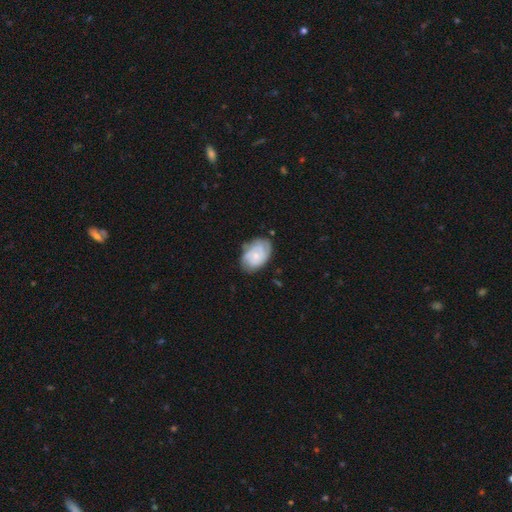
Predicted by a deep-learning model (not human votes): Smooth or featured? Predicted: featured or disk (p=0.68). Edge-on disk? Predicted: no (p=0.97). Bar? Predicted: no (p=0.76). Spiral arms? Predicted: yes (p=0.88). Spiral winding? Predicted: tight (p=0.65). Spiral arm count? Predicted: can't tell (p=0.36). Bulge size? Predicted: small (p=0.63). Merging? Predicted: none (p=0.69).